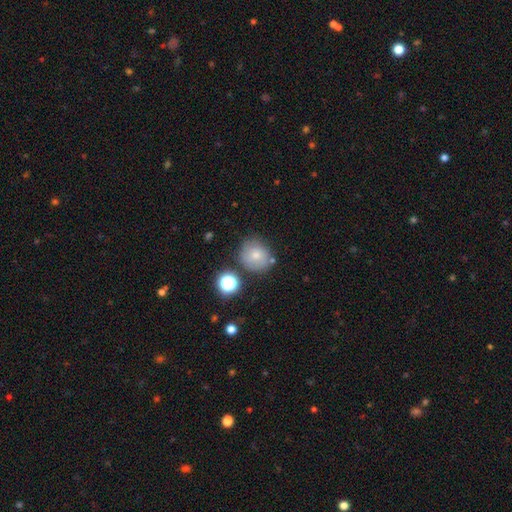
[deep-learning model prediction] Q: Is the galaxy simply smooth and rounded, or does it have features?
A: smooth — 70%.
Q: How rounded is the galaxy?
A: round — 86%.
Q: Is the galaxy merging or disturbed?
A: none — 67%.